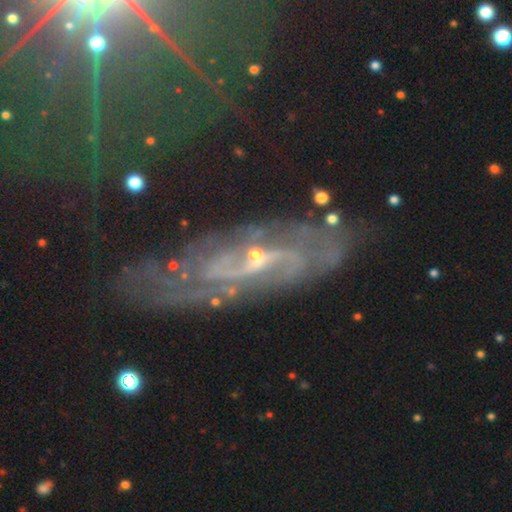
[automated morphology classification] This appears to be a featured or disk galaxy (76%) with no bar (44%), tight (59%) spiral arms (87%) and a small central bulge (69%). Merging: none (75%).